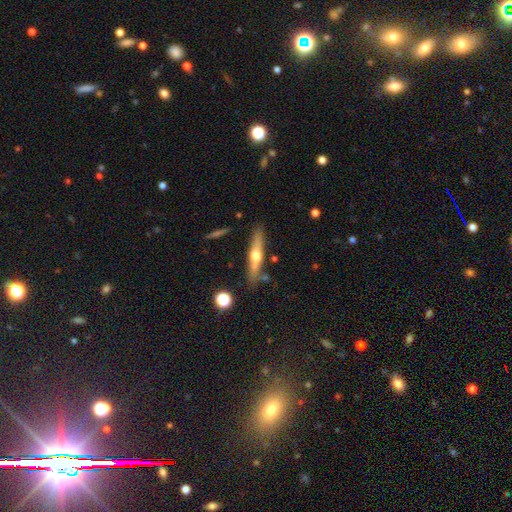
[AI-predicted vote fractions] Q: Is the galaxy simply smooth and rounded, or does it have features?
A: featured or disk — 61%.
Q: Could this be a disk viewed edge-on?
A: yes — 93%.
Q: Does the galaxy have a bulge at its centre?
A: rounded — 92%.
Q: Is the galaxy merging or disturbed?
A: none — 77%.